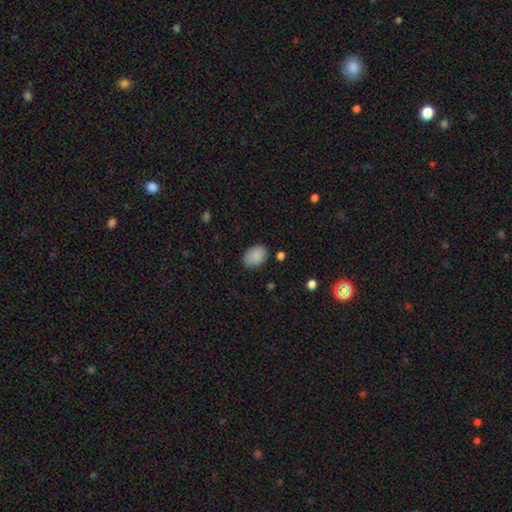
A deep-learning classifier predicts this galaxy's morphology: Overall: smooth (88%). How rounded: in between (78%). Merging: none (81%).